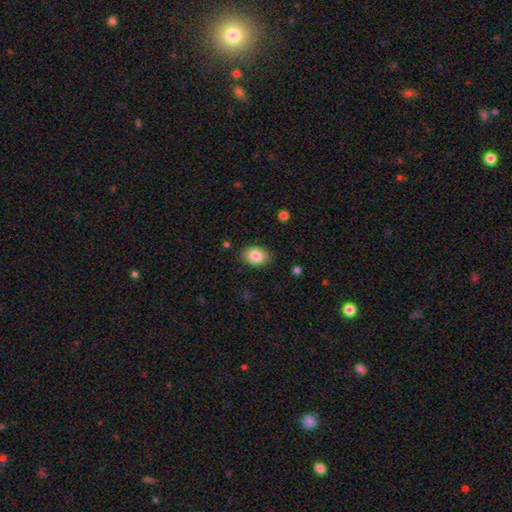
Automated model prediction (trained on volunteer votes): Smooth or featured: smooth — 84% (featured or disk — 9%)
How rounded: in between — 80% (round — 19%)
Merging: none — 85% (minor disturbance — 11%)